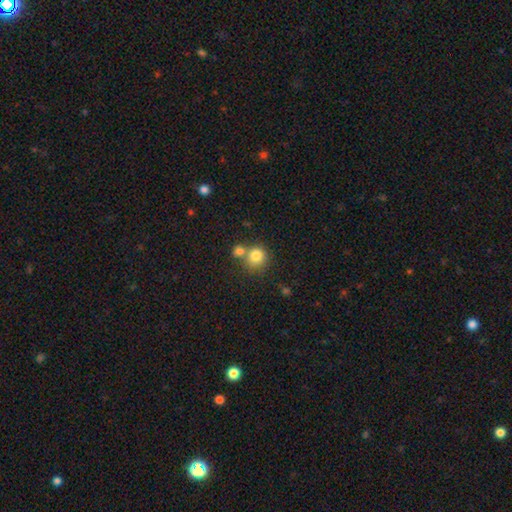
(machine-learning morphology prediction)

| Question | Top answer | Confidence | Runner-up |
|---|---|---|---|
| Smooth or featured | smooth | 80% | star or artifact (11%) |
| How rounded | round | 86% | in between (13%) |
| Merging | none | 50% | merger (37%) |